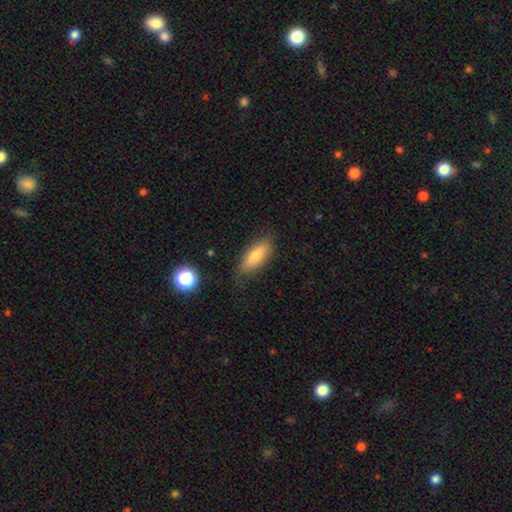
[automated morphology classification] Q: Smooth or featured?
A: smooth (74%); runner-up: featured or disk (19%)
Q: How rounded?
A: in between (67%); runner-up: cigar-shaped (30%)
Q: Merging?
A: none (79%); runner-up: minor disturbance (16%)